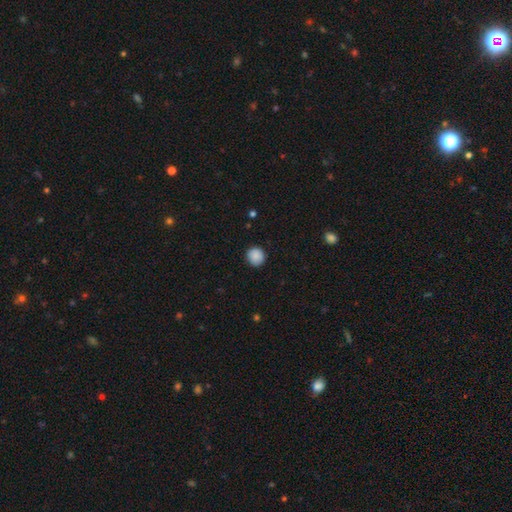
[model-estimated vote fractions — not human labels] smooth_or_featured: smooth (p=0.88) [alt: star or artifact p=0.09]
how_rounded: round (p=0.93) [alt: in between p=0.06]
merging: none (p=0.90) [alt: minor disturbance p=0.07]